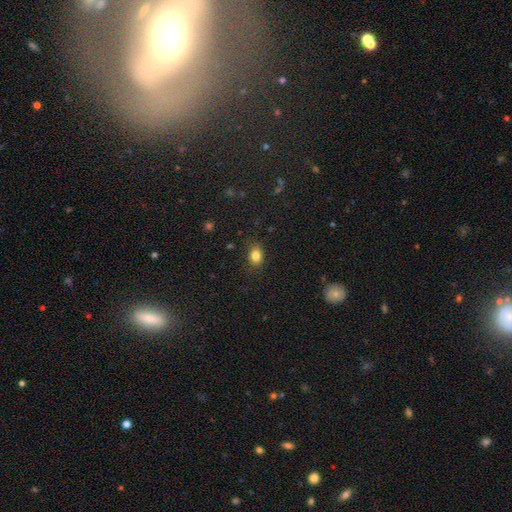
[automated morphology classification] A smooth galaxy with no disk features (84%) that is in between round and cigar-shaped (73%). Merging: none (83%).